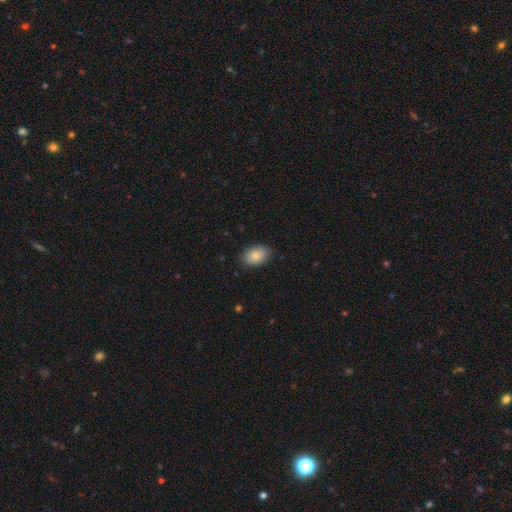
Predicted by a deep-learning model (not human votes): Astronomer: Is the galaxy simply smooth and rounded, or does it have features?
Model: smooth — 84%.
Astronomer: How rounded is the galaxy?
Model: in between — 90%.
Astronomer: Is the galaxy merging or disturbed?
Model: none — 86%.